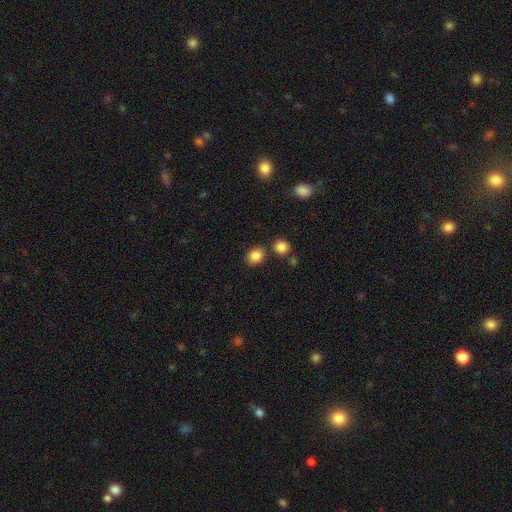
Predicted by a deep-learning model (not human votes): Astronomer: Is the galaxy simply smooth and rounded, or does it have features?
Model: smooth — 85%.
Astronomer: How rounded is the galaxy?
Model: round — 61% (runner-up: in between, 38%).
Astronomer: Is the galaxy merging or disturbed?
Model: none — 77%.